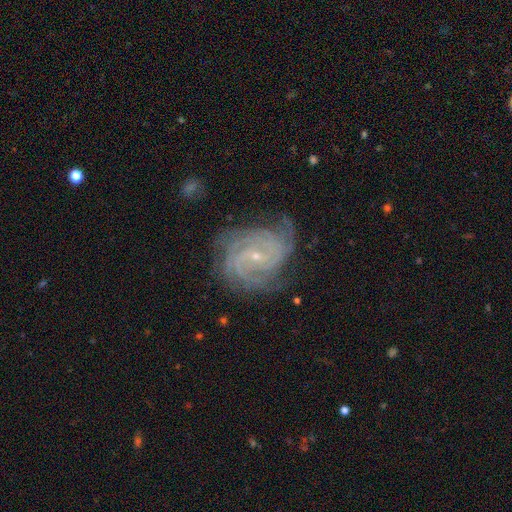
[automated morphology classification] A featured or disk galaxy (86%) with no bar (49%), 3 (24%) tight (60%) spiral arms (97%) and a small central bulge (79%). Merging: none (70%).